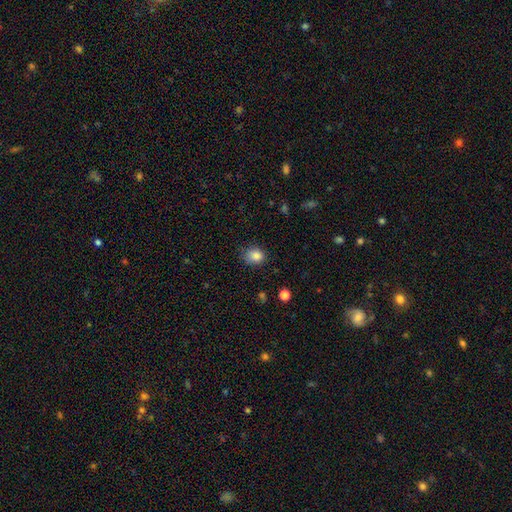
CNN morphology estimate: Overall: smooth (85%). How rounded: round (65%; in between 34%). Merging: none (75%).